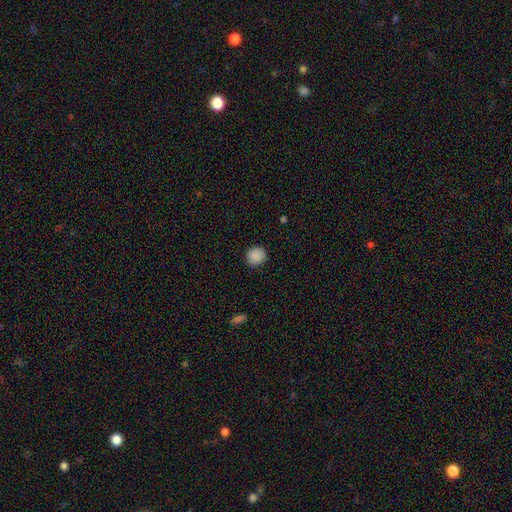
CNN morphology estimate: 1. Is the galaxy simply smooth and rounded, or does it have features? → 89% smooth, 8% star or artifact, 3% featured or disk.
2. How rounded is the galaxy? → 86% round, 13% in between, 1% cigar-shaped.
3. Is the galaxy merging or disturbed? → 89% none, 8% minor disturbance, 2% major disturbance, 1% merger.